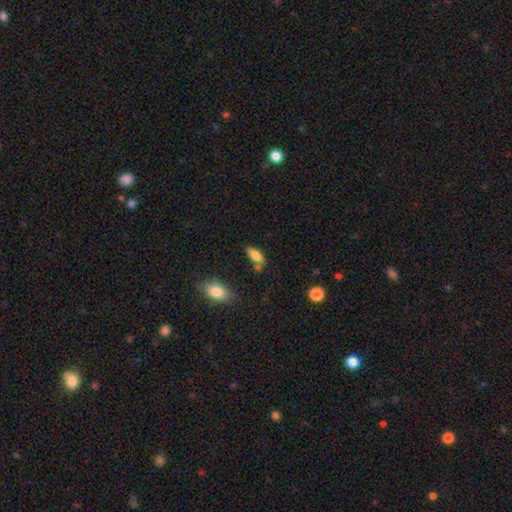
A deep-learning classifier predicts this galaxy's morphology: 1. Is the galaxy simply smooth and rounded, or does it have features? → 77% smooth, 15% featured or disk, 8% star or artifact.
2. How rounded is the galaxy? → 74% in between, 23% cigar-shaped, 3% round.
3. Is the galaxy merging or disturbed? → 61% none, 20% minor disturbance, 13% merger, 6% major disturbance.